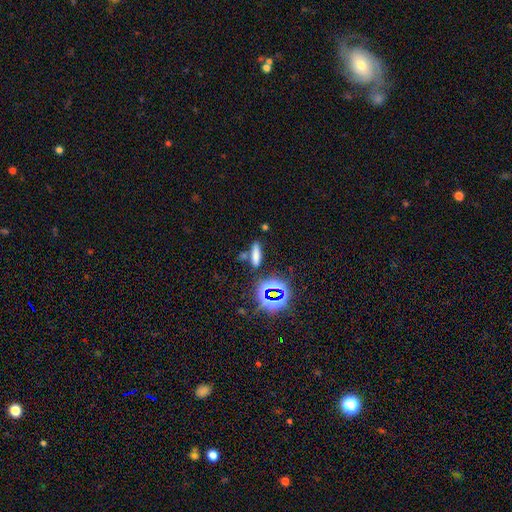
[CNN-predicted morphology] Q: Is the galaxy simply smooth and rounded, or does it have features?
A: smooth — 67%.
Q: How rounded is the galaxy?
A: cigar-shaped — 58%.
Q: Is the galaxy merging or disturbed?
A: none — 75%.